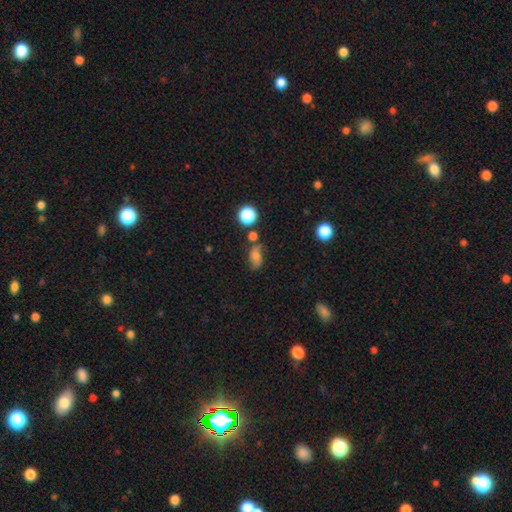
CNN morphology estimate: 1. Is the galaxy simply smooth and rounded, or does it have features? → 58% smooth, 26% featured or disk, 17% star or artifact.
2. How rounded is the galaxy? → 74% in between, 20% round, 6% cigar-shaped.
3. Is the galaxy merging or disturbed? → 54% none, 25% minor disturbance, 11% merger, 10% major disturbance.